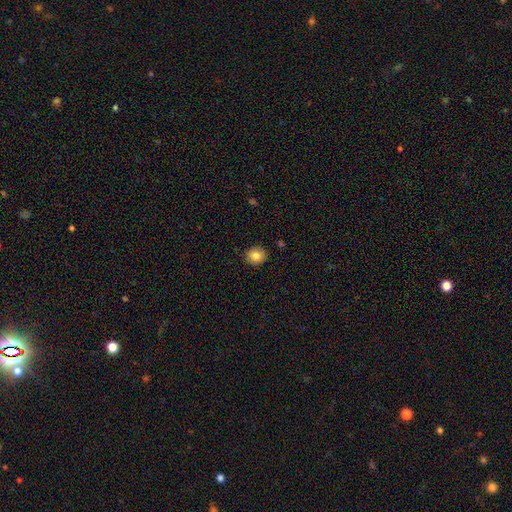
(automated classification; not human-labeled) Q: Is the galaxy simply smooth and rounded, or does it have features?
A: smooth — 83%.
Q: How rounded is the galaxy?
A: round — 85%.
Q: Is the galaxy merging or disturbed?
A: none — 90%.